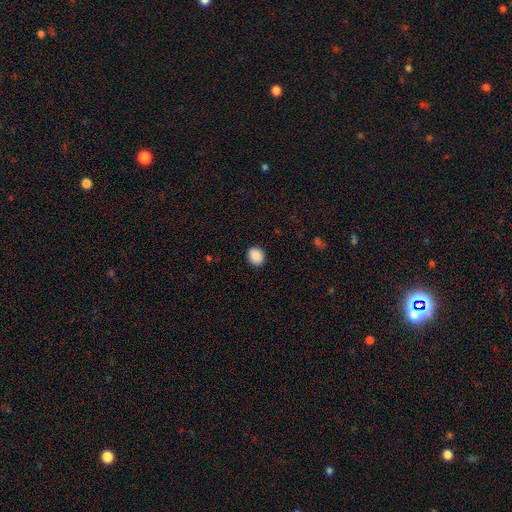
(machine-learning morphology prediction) Smooth or featured?
  - smooth: 89% *
  - star or artifact: 8%
  - featured or disk: 3%
How rounded?
  - round: 61% *
  - in between: 38%
  - cigar-shaped: 1%
Merging?
  - none: 90% *
  - minor disturbance: 7%
  - major disturbance: 2%
  - merger: 1%